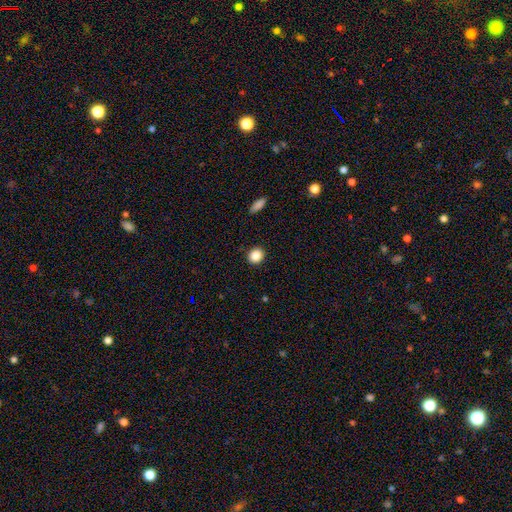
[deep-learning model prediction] Smooth or featured? smooth (86%)
How rounded? round (83%)
Merging? none (92%)